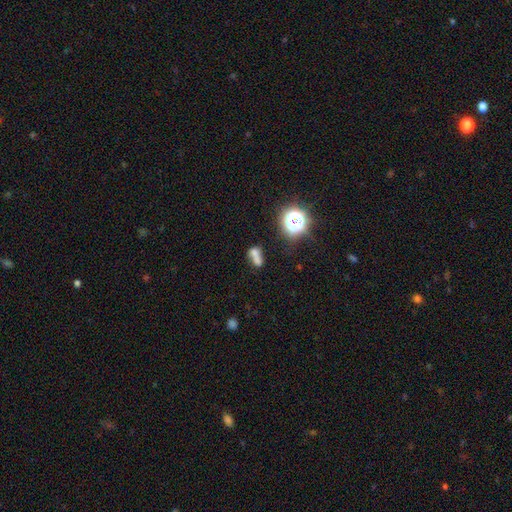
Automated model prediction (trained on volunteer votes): Q: Smooth or featured?
A: smooth (62%); runner-up: star or artifact (21%)
Q: How rounded?
A: in between (61%); runner-up: round (30%)
Q: Merging?
A: merger (44%); runner-up: none (33%)